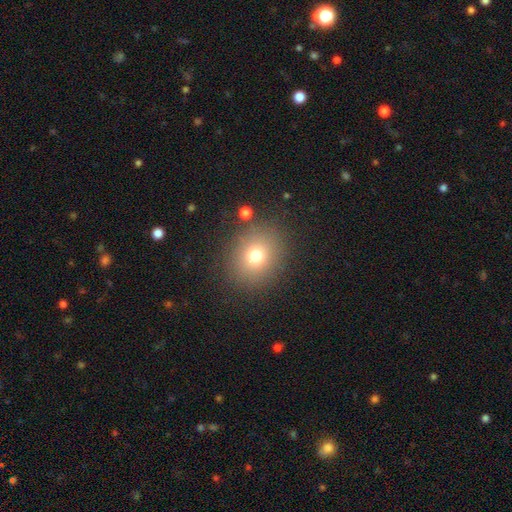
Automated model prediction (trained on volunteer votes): smooth 73%, star or artifact 16%, featured or disk 11%. Down the decision tree: how rounded — round (70%); merging — none (84%).